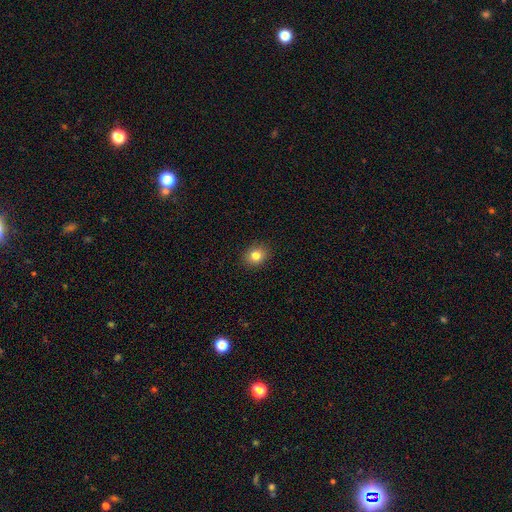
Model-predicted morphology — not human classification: The model was most divided on "how rounded": round: 61%, in between: 38%, cigar-shaped: 1%. More confident: merging — none (90%); smooth or featured — smooth (81%).